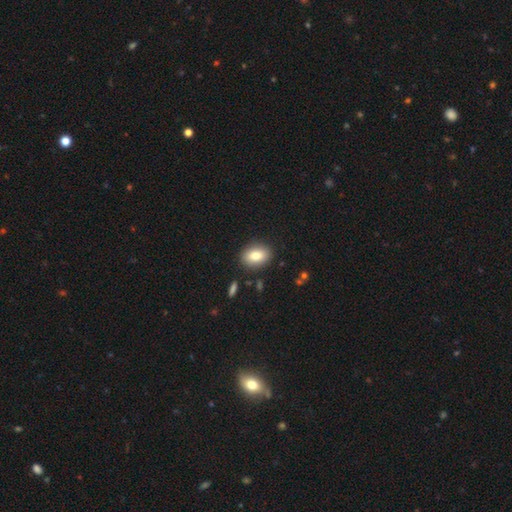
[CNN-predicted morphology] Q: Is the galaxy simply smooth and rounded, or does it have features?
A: smooth — 82%.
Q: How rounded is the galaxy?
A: in between — 79%.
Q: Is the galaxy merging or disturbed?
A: none — 87%.